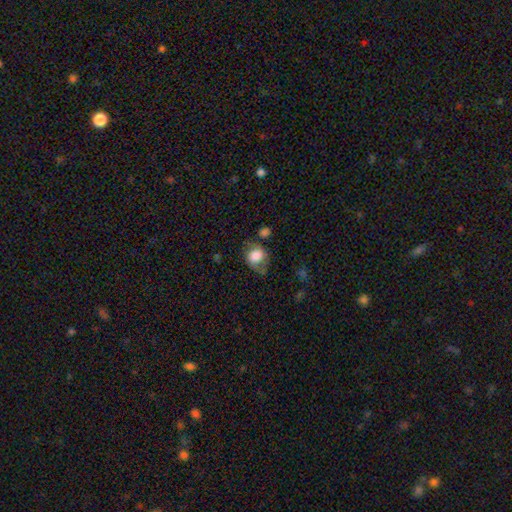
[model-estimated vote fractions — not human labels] A smooth galaxy with no disk features (74%) that is round (64%).

Vote fractions:
- Smooth or featured? smooth: 74% / featured or disk: 18% / star or artifact: 8%
- How rounded? round: 64% / in between: 35% / cigar-shaped: 1%
- Merging? none: 52% / minor disturbance: 29% / major disturbance: 14% / merger: 5%